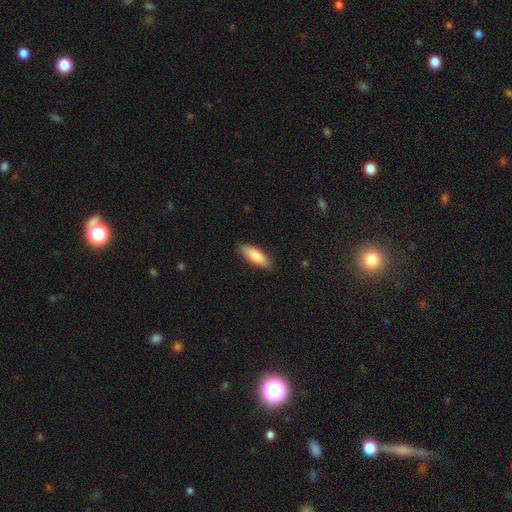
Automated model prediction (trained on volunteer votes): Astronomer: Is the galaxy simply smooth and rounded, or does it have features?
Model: smooth — 83%.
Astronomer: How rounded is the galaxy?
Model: in between — 64%.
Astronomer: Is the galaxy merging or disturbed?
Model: none — 85%.